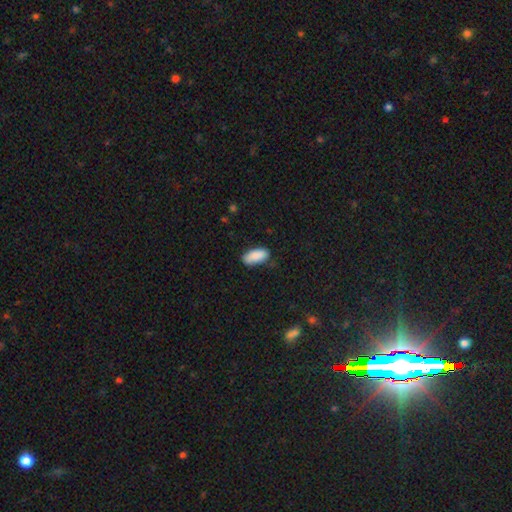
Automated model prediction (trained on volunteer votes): Smooth or featured: smooth — 88% (star or artifact — 6%)
How rounded: in between — 90% (cigar-shaped — 8%)
Merging: none — 74% (minor disturbance — 20%)